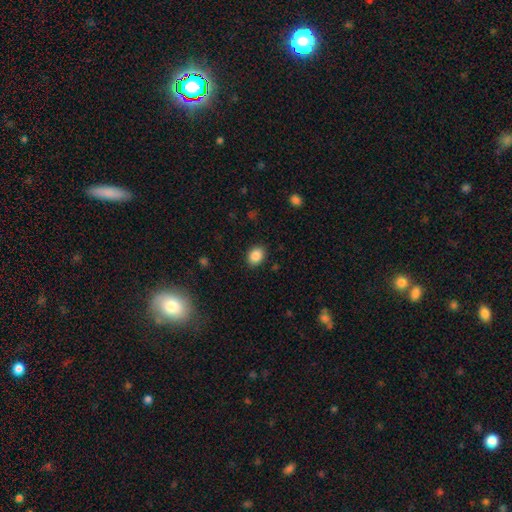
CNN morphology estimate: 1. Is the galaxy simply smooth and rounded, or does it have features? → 87% smooth, 9% star or artifact, 4% featured or disk.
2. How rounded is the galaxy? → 61% in between, 39% round, 1% cigar-shaped.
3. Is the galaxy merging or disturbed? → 88% none, 8% minor disturbance, 2% major disturbance, 1% merger.